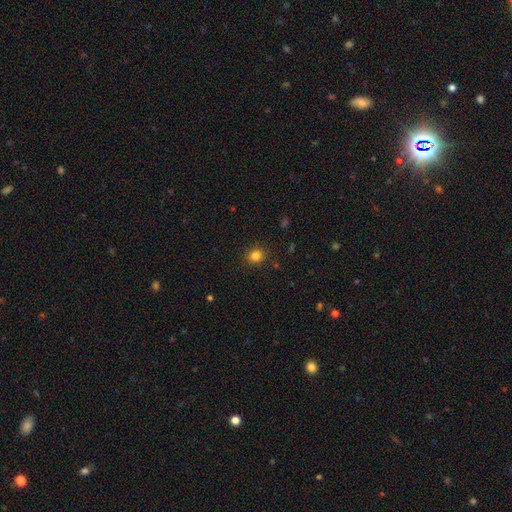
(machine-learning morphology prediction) Smooth or featured?
  - smooth: 83% *
  - star or artifact: 13%
  - featured or disk: 5%
How rounded?
  - round: 85% *
  - in between: 14%
  - cigar-shaped: 1%
Merging?
  - none: 89% *
  - minor disturbance: 7%
  - major disturbance: 2%
  - merger: 1%